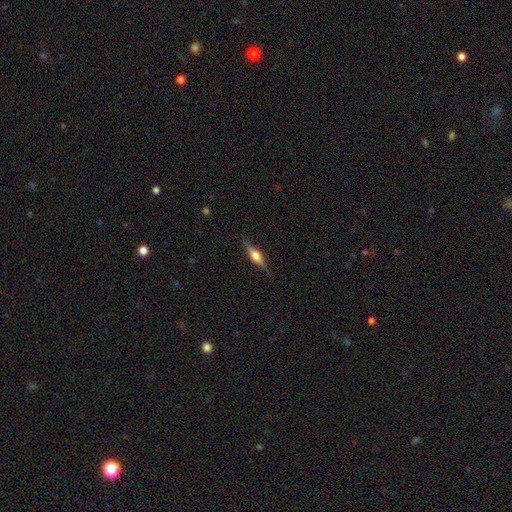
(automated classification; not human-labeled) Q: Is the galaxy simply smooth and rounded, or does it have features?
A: featured or disk — 65%.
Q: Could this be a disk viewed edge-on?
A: yes — 96%.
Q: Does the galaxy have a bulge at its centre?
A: rounded — 87%.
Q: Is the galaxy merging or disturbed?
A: none — 85%.